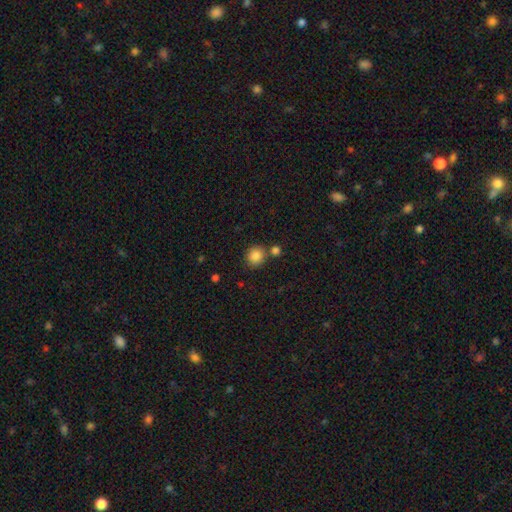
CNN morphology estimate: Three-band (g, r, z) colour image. It shows a smooth galaxy with no disk features (85%) that is round (88%). Merging: none (73%).